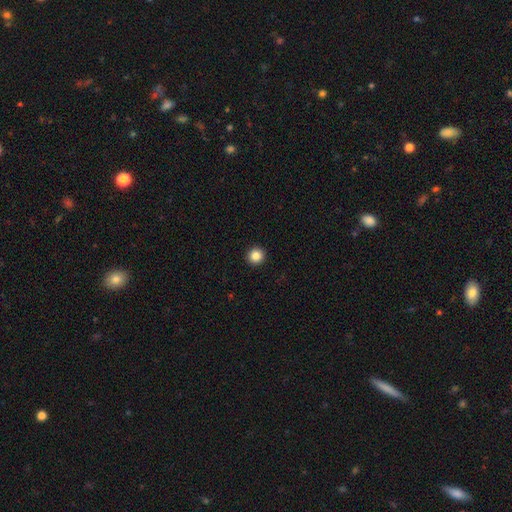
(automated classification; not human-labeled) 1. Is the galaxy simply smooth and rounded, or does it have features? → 86% smooth, 10% star or artifact, 4% featured or disk.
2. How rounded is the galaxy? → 95% round, 4% in between, 1% cigar-shaped.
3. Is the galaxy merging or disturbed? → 94% none, 4% minor disturbance, 1% major disturbance, 1% merger.